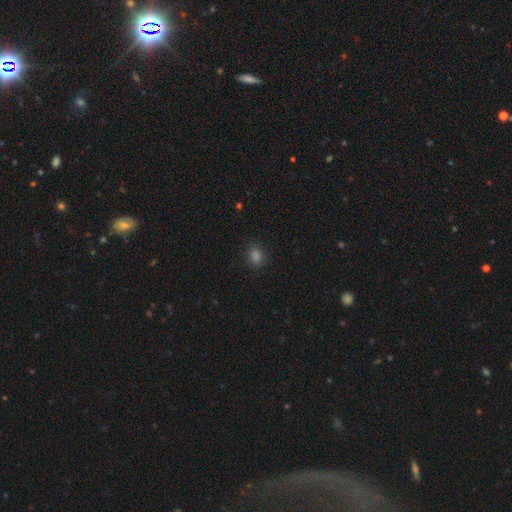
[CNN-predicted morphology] Smooth or featured: smooth — 79% (star or artifact — 17%)
How rounded: round — 53% (in between — 46%)
Merging: none — 88% (minor disturbance — 8%)